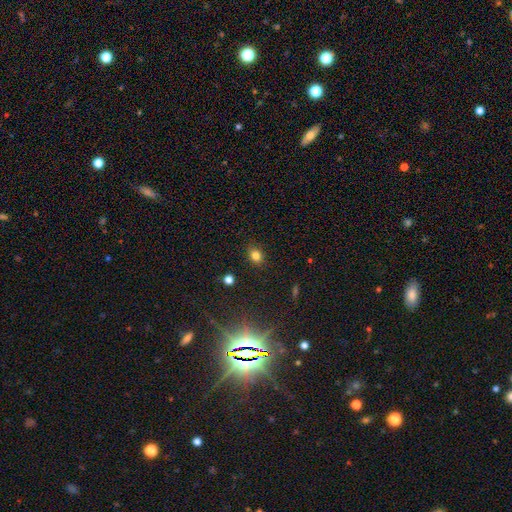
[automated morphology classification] smooth_or_featured: smooth (p=0.81) [alt: star or artifact p=0.13]
how_rounded: in between (p=0.50) [alt: round p=0.49]
merging: none (p=0.87) [alt: minor disturbance p=0.09]